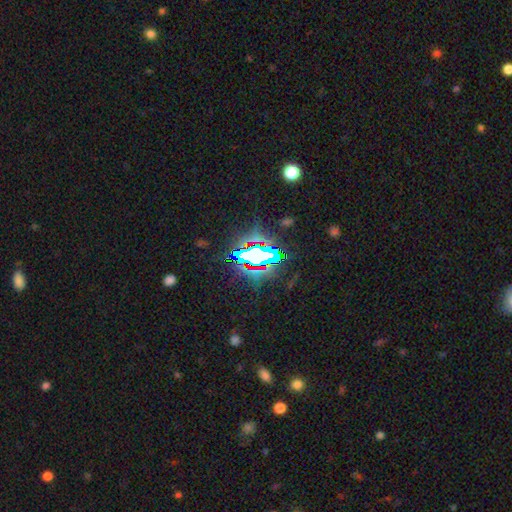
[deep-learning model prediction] The model was most divided on "smooth or featured": star or artifact: 71%, featured or disk: 15%, smooth: 14%.